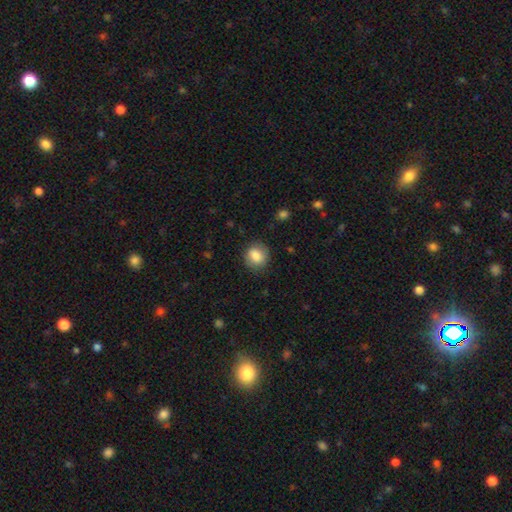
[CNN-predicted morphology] Smooth or featured? smooth (83%)
How rounded? round (75%)
Merging? none (82%)